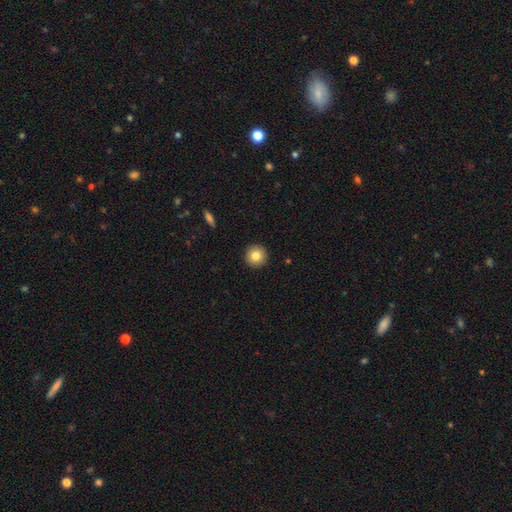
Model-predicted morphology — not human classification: The model was most divided on "smooth or featured": smooth: 82%, featured or disk: 9%, star or artifact: 9%. More confident: how rounded — round (96%); merging — none (93%).